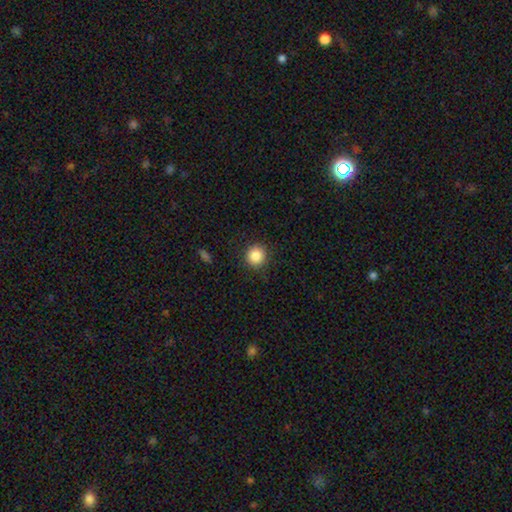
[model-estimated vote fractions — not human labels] Morphology: type=smooth (85%); roundness=round (94%); merging=none (89%).